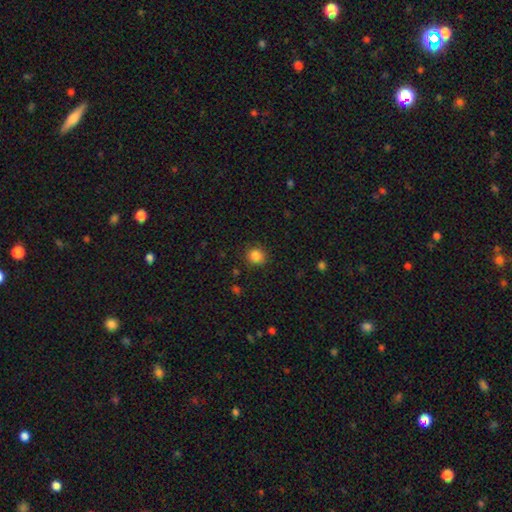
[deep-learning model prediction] Smooth or featured?
  - smooth: 86% *
  - star or artifact: 11%
  - featured or disk: 3%
How rounded?
  - round: 85% *
  - in between: 14%
  - cigar-shaped: 1%
Merging?
  - none: 86% *
  - minor disturbance: 9%
  - major disturbance: 3%
  - merger: 1%